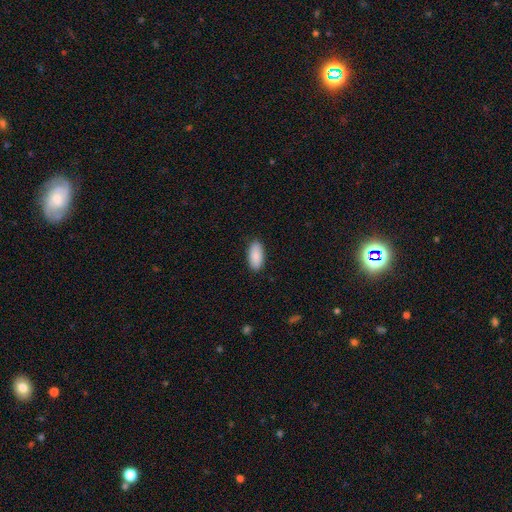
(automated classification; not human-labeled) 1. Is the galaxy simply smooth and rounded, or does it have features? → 90% smooth, 6% star or artifact, 4% featured or disk.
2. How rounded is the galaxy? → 92% in between, 6% cigar-shaped, 2% round.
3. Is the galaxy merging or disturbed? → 89% none, 9% minor disturbance, 2% major disturbance, 1% merger.